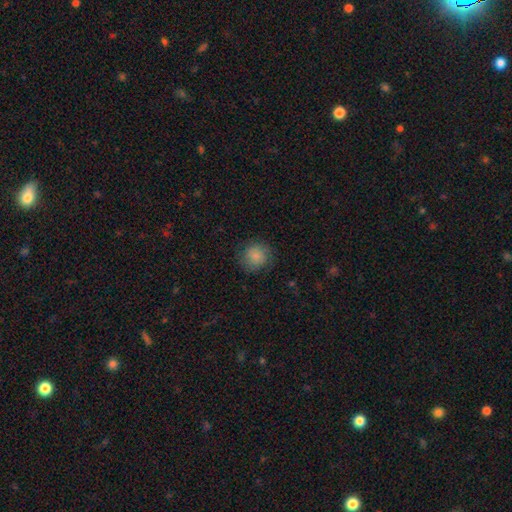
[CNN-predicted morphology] A smooth galaxy with no disk features (85%) that is round (88%). Merging: none (82%).